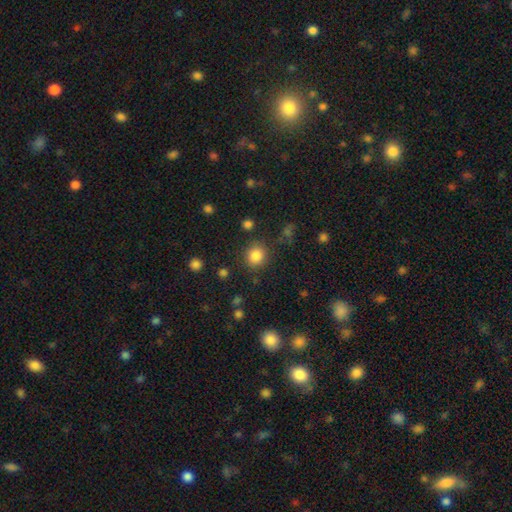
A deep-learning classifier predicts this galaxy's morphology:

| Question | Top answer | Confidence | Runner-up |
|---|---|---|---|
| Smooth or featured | smooth | 84% | star or artifact (11%) |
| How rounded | round | 84% | in between (15%) |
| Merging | none | 84% | minor disturbance (9%) |